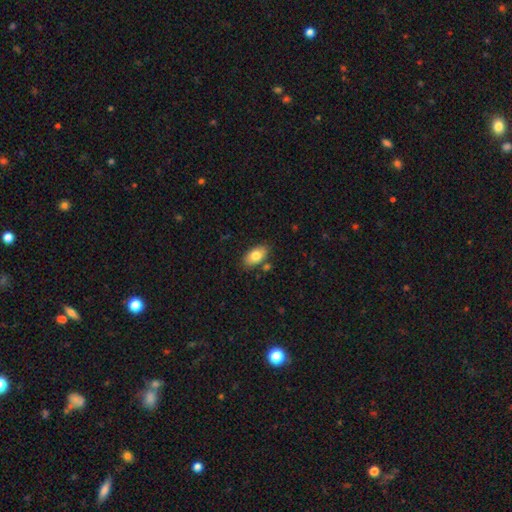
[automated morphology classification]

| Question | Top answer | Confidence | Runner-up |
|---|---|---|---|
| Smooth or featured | smooth | 80% | featured or disk (13%) |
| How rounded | in between | 92% | round (5%) |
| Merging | none | 80% | minor disturbance (12%) |